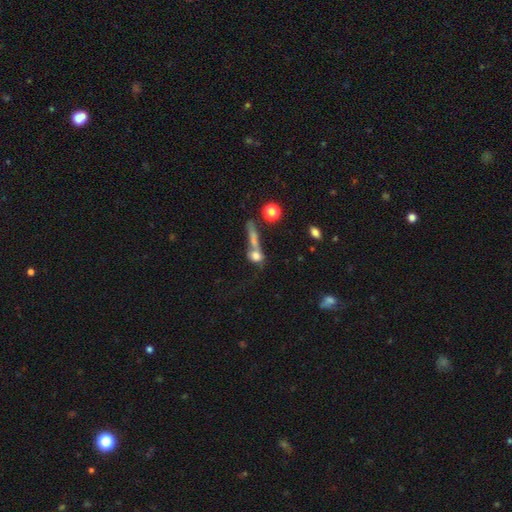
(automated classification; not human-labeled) A smooth galaxy with no disk features (66%) that is round (49%). Merging: merger (41%).